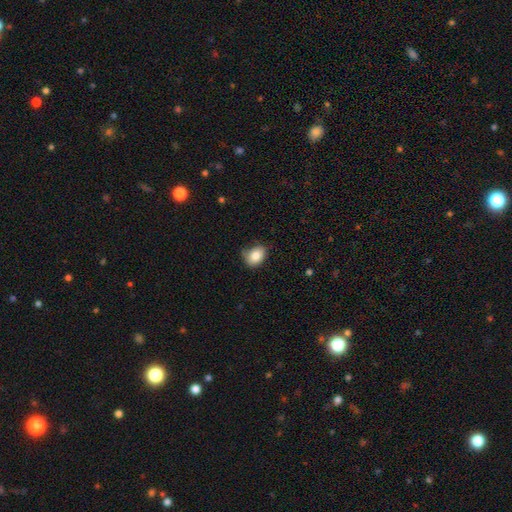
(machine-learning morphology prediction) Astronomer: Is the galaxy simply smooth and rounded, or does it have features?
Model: smooth — 83%.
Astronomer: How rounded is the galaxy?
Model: in between — 68%.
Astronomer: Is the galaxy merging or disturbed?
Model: none — 63%.